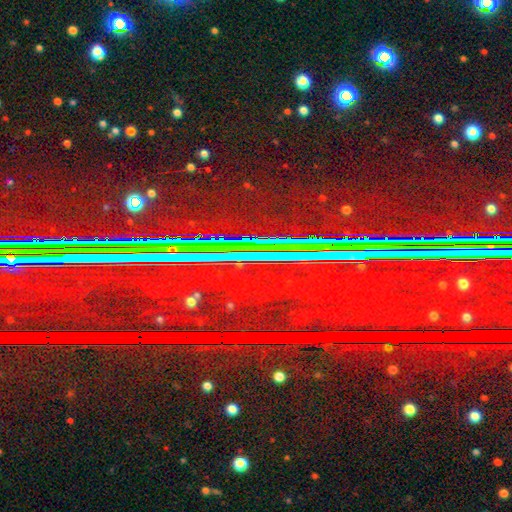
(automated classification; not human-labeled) Smooth or featured? star or artifact (85%)